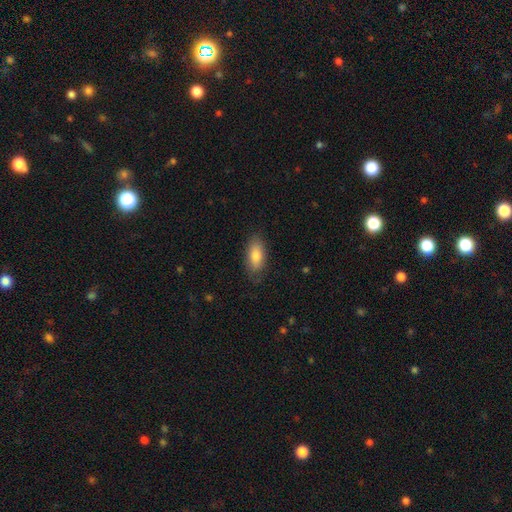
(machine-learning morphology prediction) This appears to be a smooth galaxy with no disk features (80%) that is in between round and cigar-shaped (86%). Merging: none (81%).